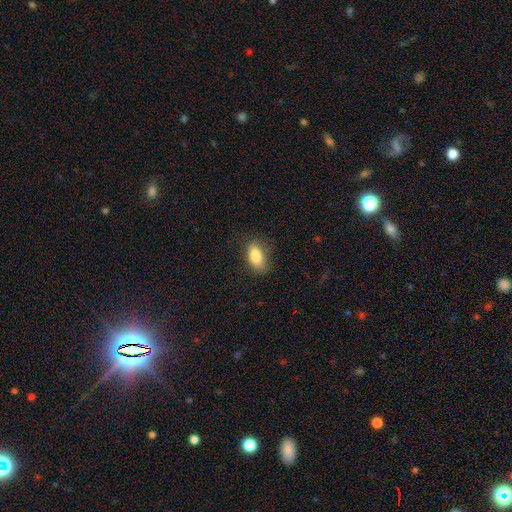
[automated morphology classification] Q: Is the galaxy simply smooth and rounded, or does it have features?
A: smooth — 85%.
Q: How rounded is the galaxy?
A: in between — 90%.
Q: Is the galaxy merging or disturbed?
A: none — 76%.